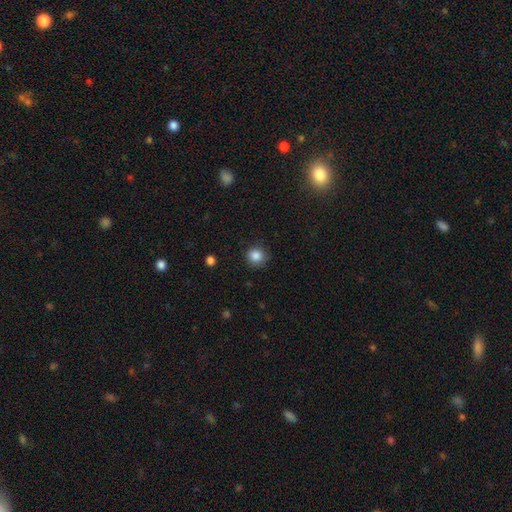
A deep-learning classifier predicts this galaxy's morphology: Smooth or featured? Predicted: smooth (p=0.86). How rounded? Predicted: round (p=0.89). Merging? Predicted: none (p=0.84).